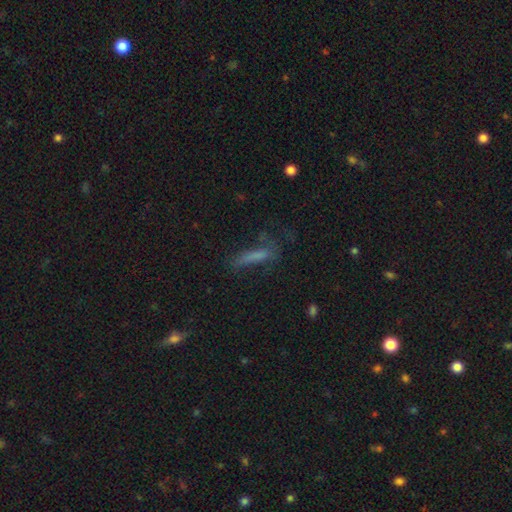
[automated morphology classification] Q: Smooth or featured?
A: smooth (59%); runner-up: featured or disk (25%)
Q: How rounded?
A: cigar-shaped (82%); runner-up: in between (16%)
Q: Merging?
A: none (54%); runner-up: minor disturbance (24%)